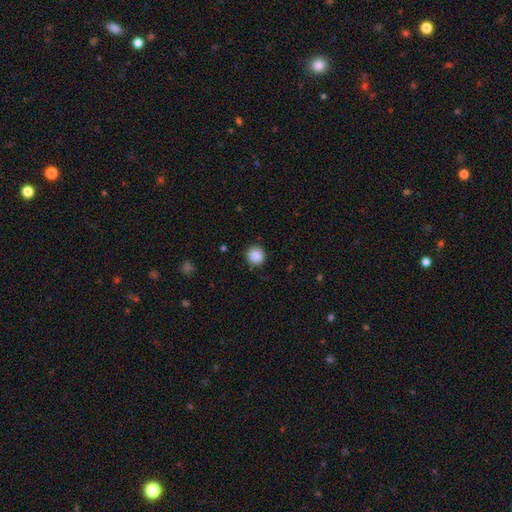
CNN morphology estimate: A smooth galaxy with no disk features (88%) that is round (93%). Merging: none (89%).